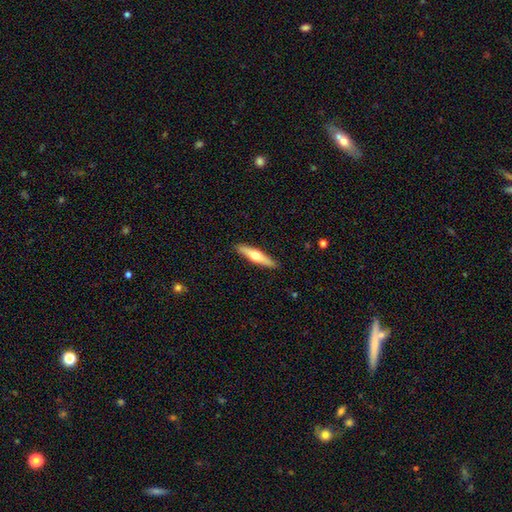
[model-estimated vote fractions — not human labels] Morphology: type=featured or disk (49%); merging=none (91%).